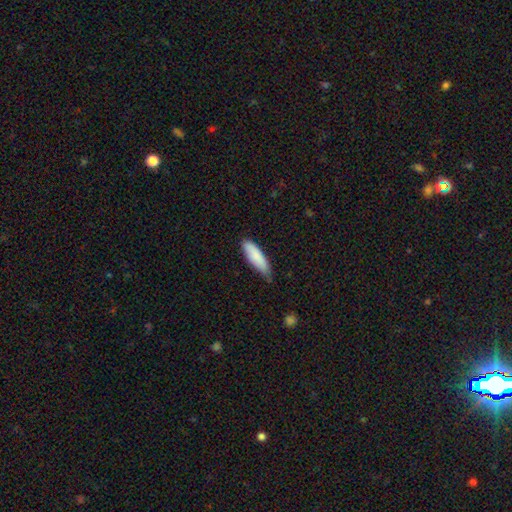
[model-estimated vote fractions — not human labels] Overall: smooth (86%). How rounded: cigar-shaped (52%; in between 47%). Merging: none (69%).